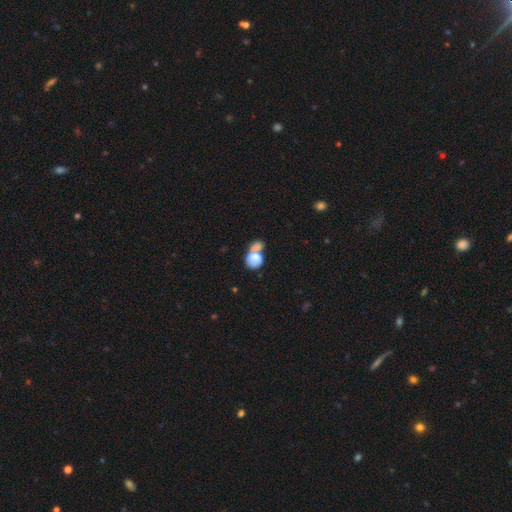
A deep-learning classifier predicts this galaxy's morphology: Smooth or featured? smooth (69%)
How rounded? in between (63%)
Merging? merger (64%)